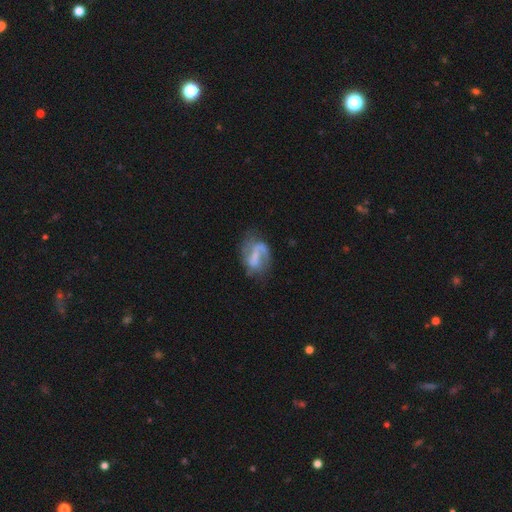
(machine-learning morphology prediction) smooth-or-featured: featured or disk: 66% | smooth: 26% | star or artifact: 9%
  disk-edge-on: no: 97% | yes: 3%
    bar: weak: 41% | no: 35% | strong: 24%
    has-spiral-arms: yes: 77% | no: 23%
    bulge-size: none: 53% | small: 21% | moderate: 17% | large: 7% | dominant: 2%
  merging: none: 44% | major disturbance: 28% | minor disturbance: 24% | merger: 4%